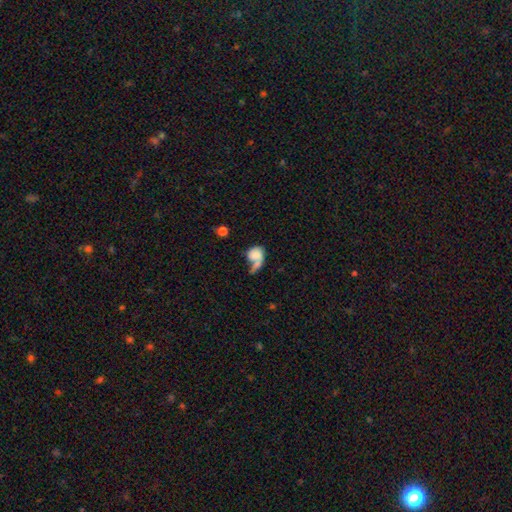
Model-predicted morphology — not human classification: This appears to be a smooth galaxy with no disk features (66%) that is in between round and cigar-shaped (61%). Merging: merger (42%).